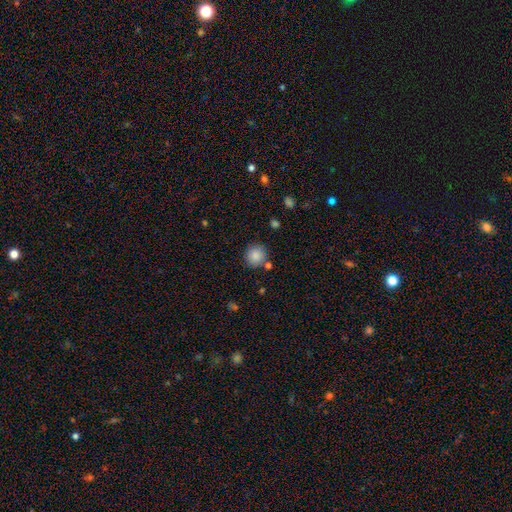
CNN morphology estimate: smooth_or_featured: smooth (p=0.87) [alt: star or artifact p=0.09]
how_rounded: round (p=0.91) [alt: in between p=0.08]
merging: none (p=0.83) [alt: minor disturbance p=0.09]